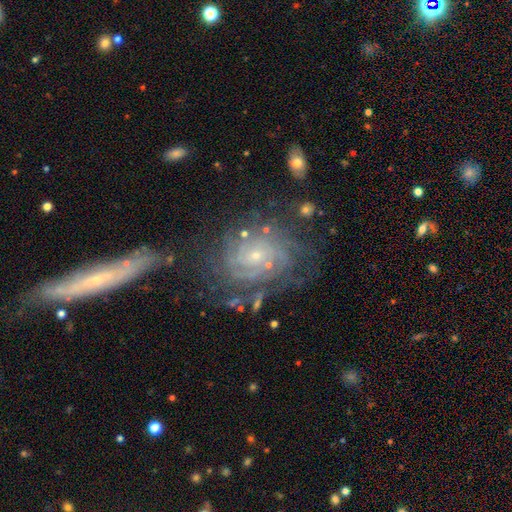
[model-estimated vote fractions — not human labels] This appears to be a featured or disk galaxy (84%) with no bar (70%), tight (74%) spiral arms (94%) and a small central bulge (77%). Merging: none (62%).